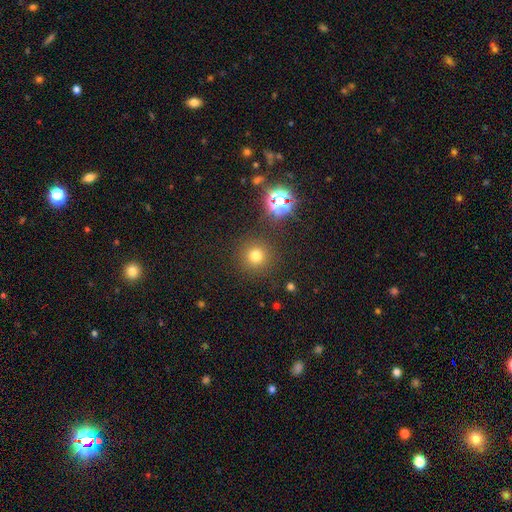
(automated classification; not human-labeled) Q: Smooth or featured?
A: smooth (71%); runner-up: star or artifact (22%)
Q: How rounded?
A: round (95%); runner-up: in between (5%)
Q: Merging?
A: none (88%); runner-up: minor disturbance (6%)